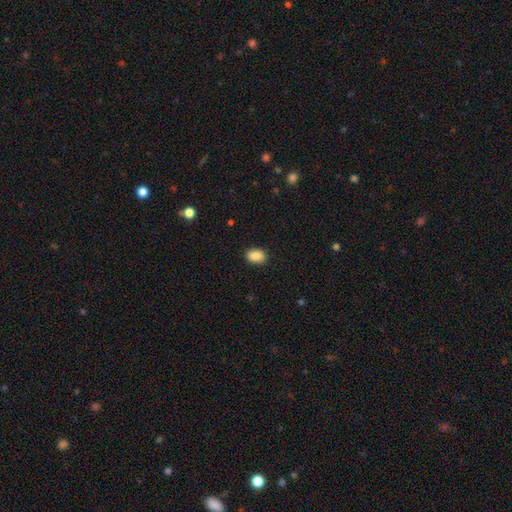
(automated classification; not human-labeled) Q: Smooth or featured?
A: smooth (89%); runner-up: star or artifact (8%)
Q: How rounded?
A: in between (82%); runner-up: round (17%)
Q: Merging?
A: none (89%); runner-up: minor disturbance (8%)